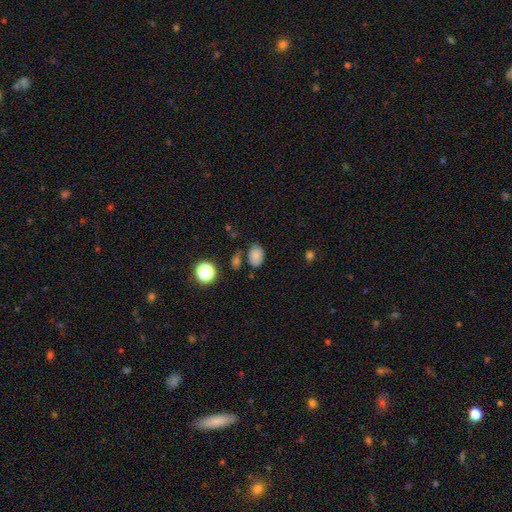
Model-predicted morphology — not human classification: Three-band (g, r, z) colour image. It shows a smooth galaxy with no disk features (81%) that is in between round and cigar-shaped (78%). Merging: none (71%).